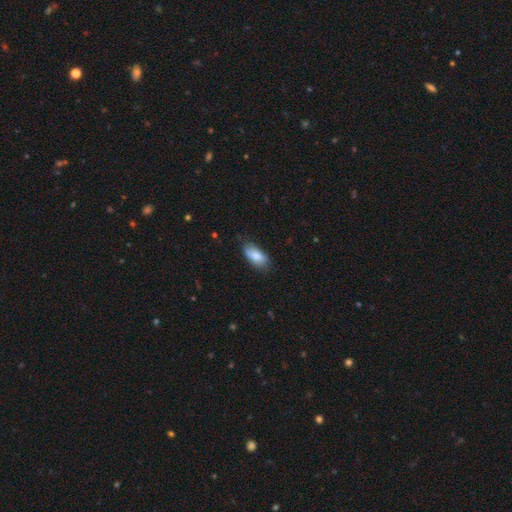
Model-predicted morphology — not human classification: A smooth galaxy with no disk features (82%) that is in between round and cigar-shaped (86%).

Vote fractions:
- Smooth or featured? smooth: 82% / featured or disk: 11% / star or artifact: 6%
- How rounded? in between: 86% / cigar-shaped: 11% / round: 2%
- Merging? none: 70% / minor disturbance: 24% / major disturbance: 4% / merger: 2%